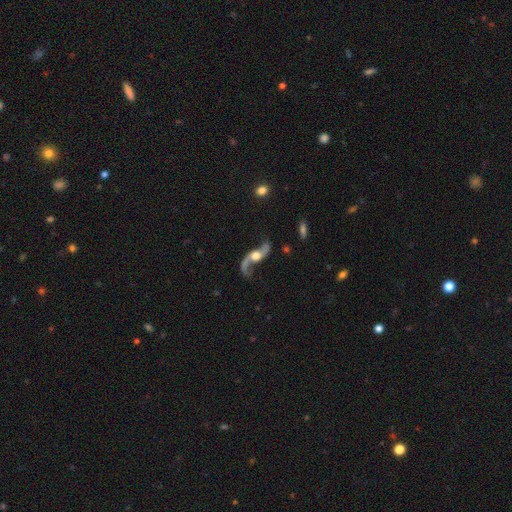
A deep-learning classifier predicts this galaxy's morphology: Smooth or featured? featured or disk (90%)
Edge-on disk? no (91%)
Bar? no (62%)
Spiral arms? yes (96%)
Spiral winding? loose (89%)
Spiral arm count? 2 (93%)
Bulge size? moderate (58%)
Merging? none (70%)